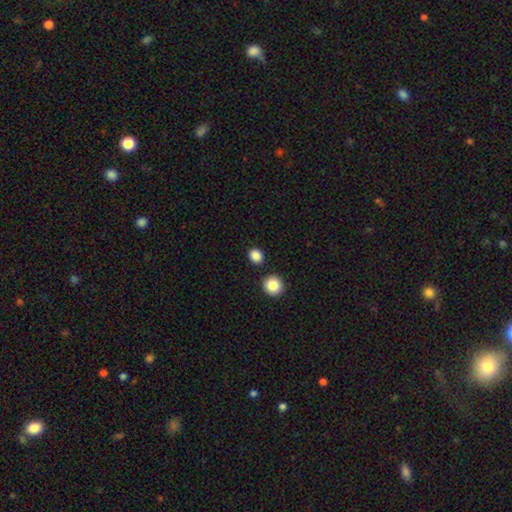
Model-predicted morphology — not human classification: The model was most divided on "how rounded": round: 68%, in between: 31%, cigar-shaped: 1%. More confident: smooth or featured — smooth (87%); merging — none (85%).